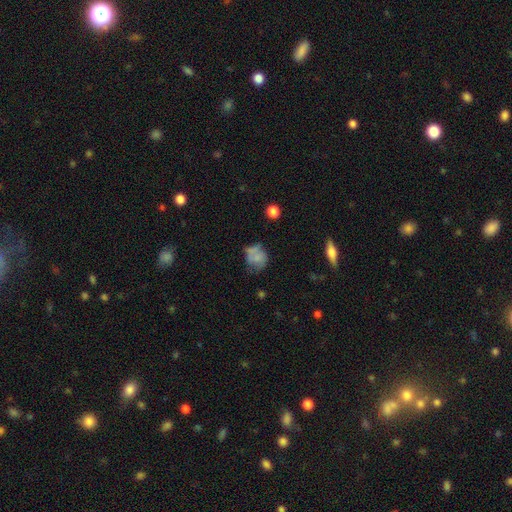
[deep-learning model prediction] Morphology: type=smooth (59%); roundness=round (59%); merging=none (37%).